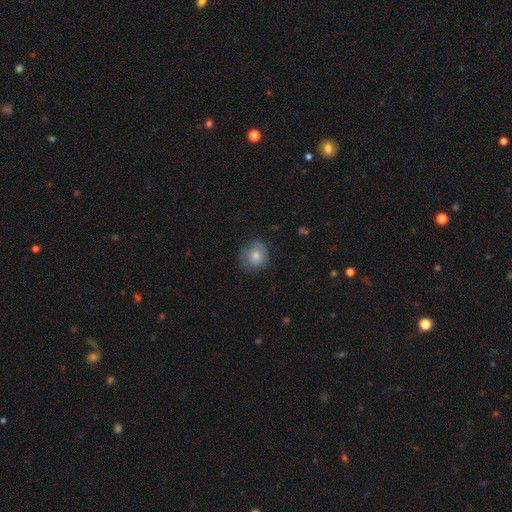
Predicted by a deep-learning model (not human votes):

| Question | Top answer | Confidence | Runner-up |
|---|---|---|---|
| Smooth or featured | smooth | 68% | featured or disk (22%) |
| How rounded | round | 82% | in between (17%) |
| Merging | none | 72% | minor disturbance (21%) |